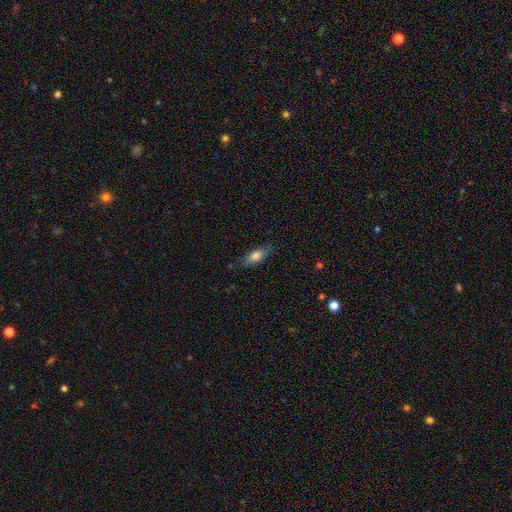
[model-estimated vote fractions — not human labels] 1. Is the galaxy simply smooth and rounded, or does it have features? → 76% smooth, 17% featured or disk, 7% star or artifact.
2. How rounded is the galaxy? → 76% in between, 21% cigar-shaped, 3% round.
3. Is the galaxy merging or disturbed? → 77% none, 18% minor disturbance, 4% major disturbance, 1% merger.